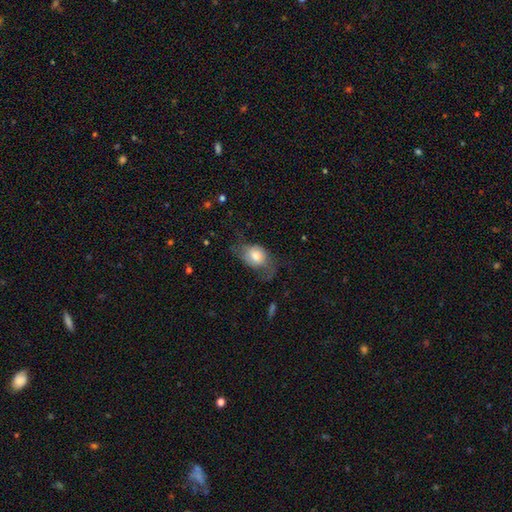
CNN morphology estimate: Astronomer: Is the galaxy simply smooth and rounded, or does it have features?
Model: smooth — 67%.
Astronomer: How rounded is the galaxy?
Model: in between — 62%.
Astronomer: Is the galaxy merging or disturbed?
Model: none — 35% (runner-up: major disturbance, 33%).